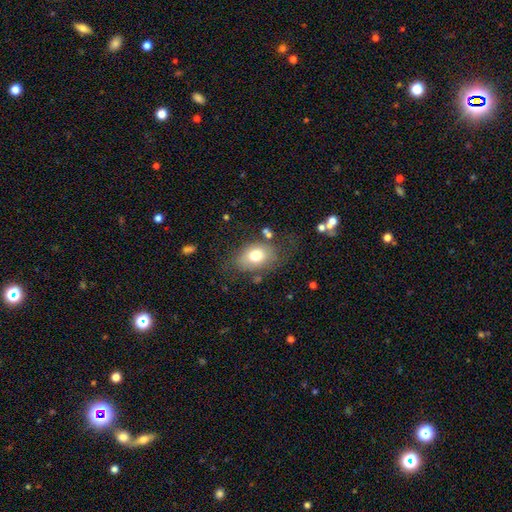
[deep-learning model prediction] Smooth or featured: smooth — 72% (featured or disk — 18%)
How rounded: in between — 76% (round — 22%)
Merging: none — 65% (minor disturbance — 20%)